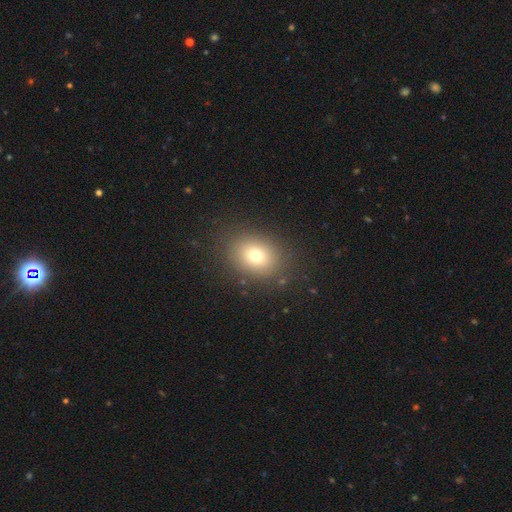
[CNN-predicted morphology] type=smooth (74%); roundness=in between (52%); merging=none (86%).